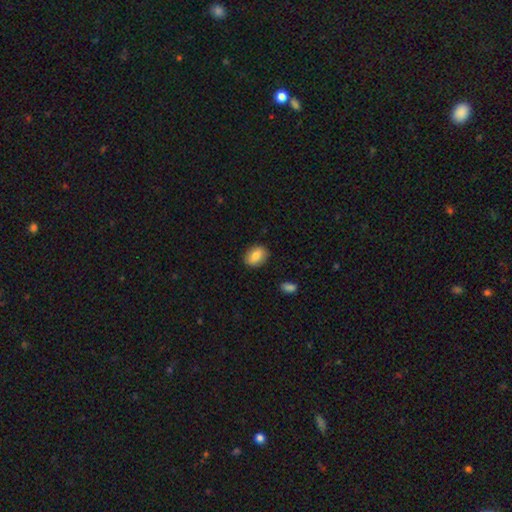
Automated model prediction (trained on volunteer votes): A smooth galaxy with no disk features (81%) that is in between round and cigar-shaped (76%). Merging: none (88%).